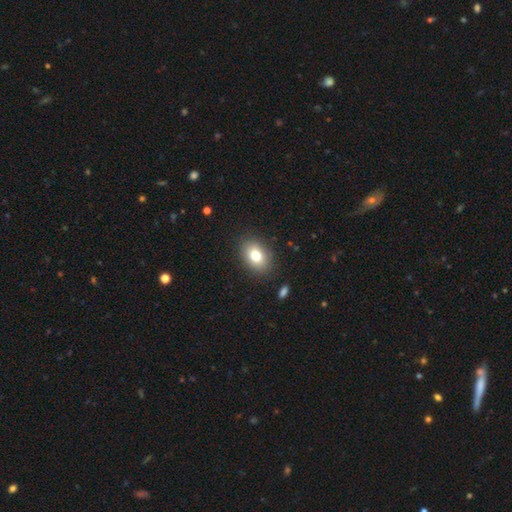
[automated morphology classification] A smooth galaxy with no disk features (78%) that is in between round and cigar-shaped (76%). Merging: none (87%).